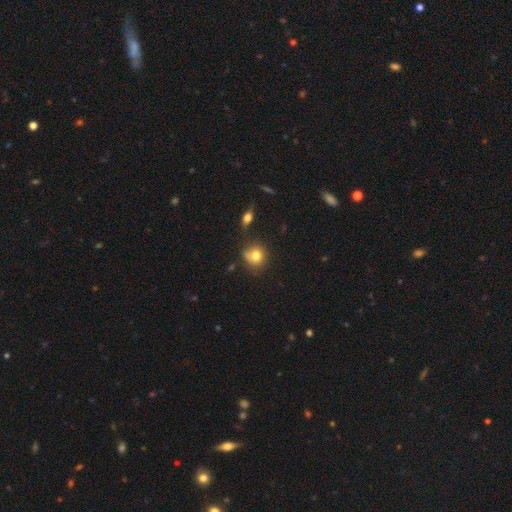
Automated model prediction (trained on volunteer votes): smooth 78%, star or artifact 11%, featured or disk 11%. Down the decision tree: how rounded — round (82%); merging — none (60%).